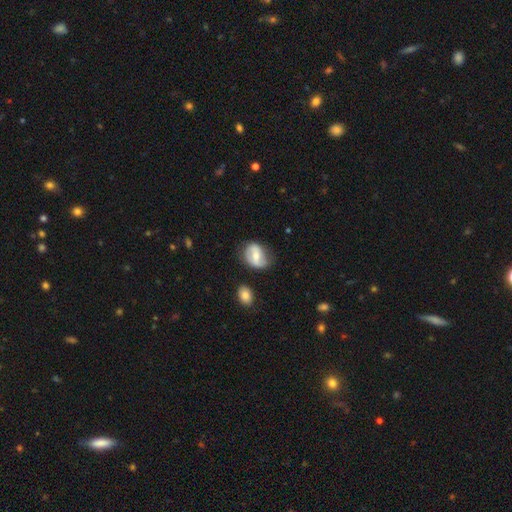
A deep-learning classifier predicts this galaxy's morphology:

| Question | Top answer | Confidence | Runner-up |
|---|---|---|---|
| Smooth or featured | featured or disk | 48% | smooth (45%) |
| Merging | none | 61% | minor disturbance (27%) |